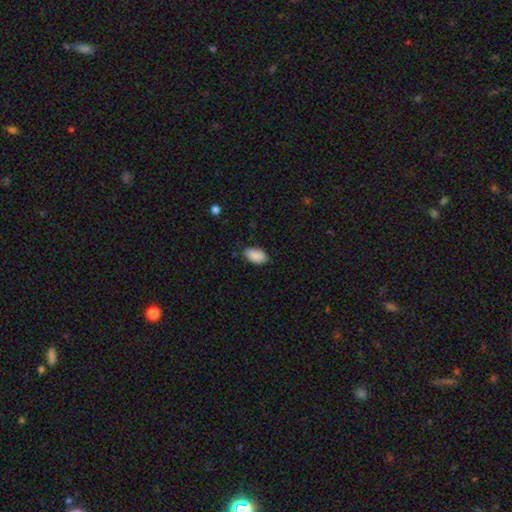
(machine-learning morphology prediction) Q: Smooth or featured?
A: smooth (89%); runner-up: star or artifact (7%)
Q: How rounded?
A: in between (93%); runner-up: round (4%)
Q: Merging?
A: none (76%); runner-up: minor disturbance (19%)